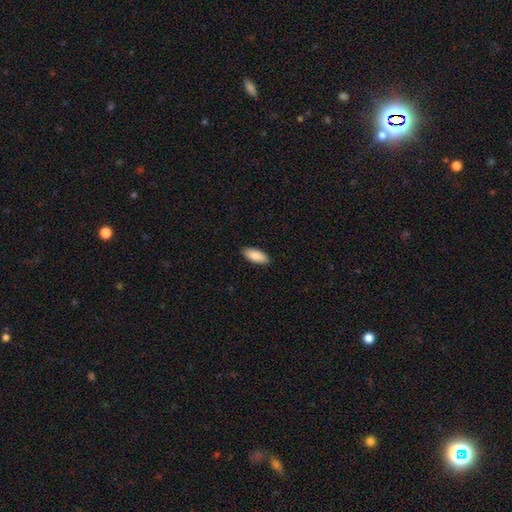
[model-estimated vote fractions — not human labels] smooth_or_featured: smooth (p=0.89) [alt: star or artifact p=0.06]
how_rounded: in between (p=0.85) [alt: cigar-shaped p=0.14]
merging: none (p=0.90) [alt: minor disturbance p=0.08]